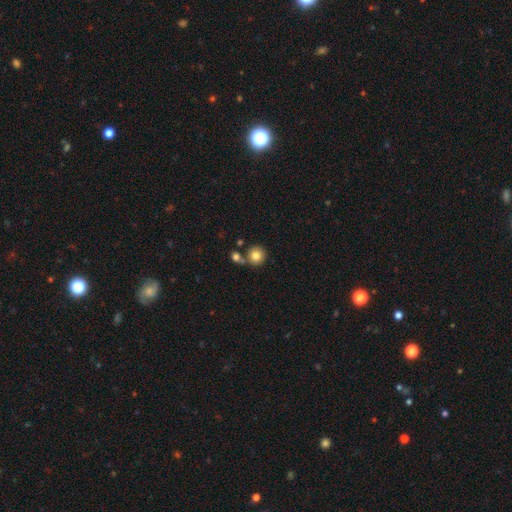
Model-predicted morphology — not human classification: Smooth or featured?
  - smooth: 80% *
  - star or artifact: 10%
  - featured or disk: 10%
How rounded?
  - round: 91% *
  - in between: 8%
  - cigar-shaped: 1%
Merging?
  - none: 66% *
  - merger: 22%
  - minor disturbance: 9%
  - major disturbance: 3%